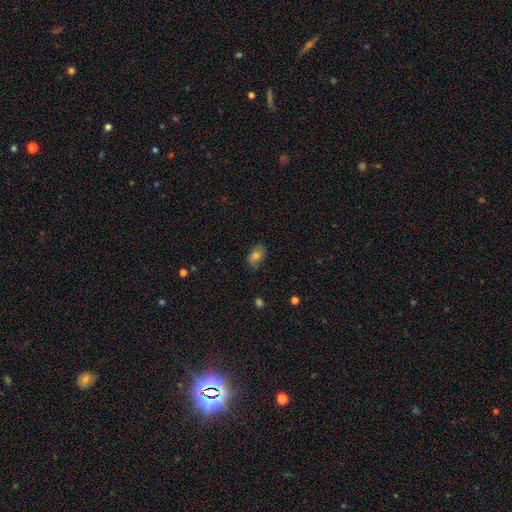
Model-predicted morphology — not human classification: Smooth or featured? smooth (73%)
How rounded? in between (85%)
Merging? none (75%)